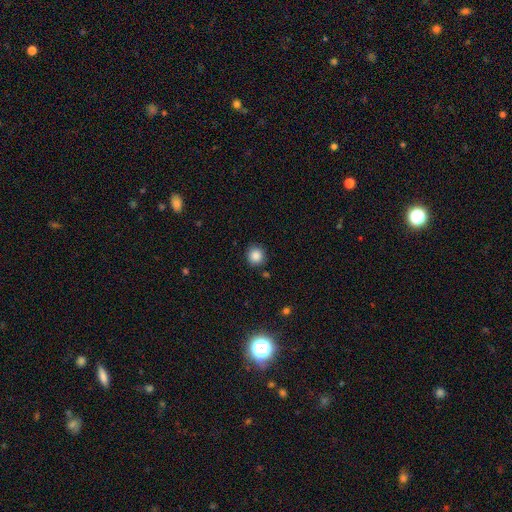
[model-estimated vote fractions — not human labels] This is clearly a smooth galaxy (87%). How rounded: clearly round (92%). Merging: clearly none (87%).